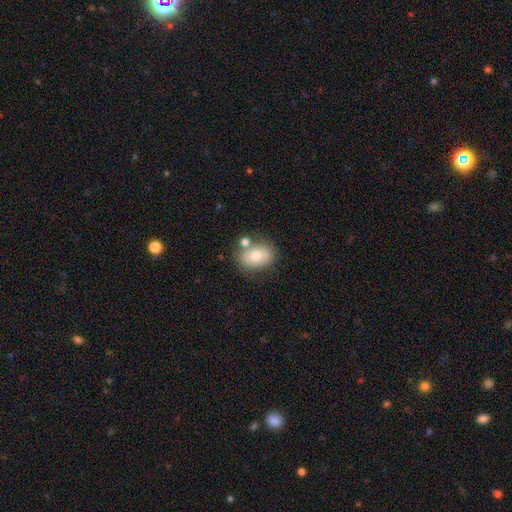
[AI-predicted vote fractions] Smooth or featured? Predicted: smooth (p=0.73). How rounded? Predicted: in between (p=0.74). Merging? Predicted: none (p=0.63).